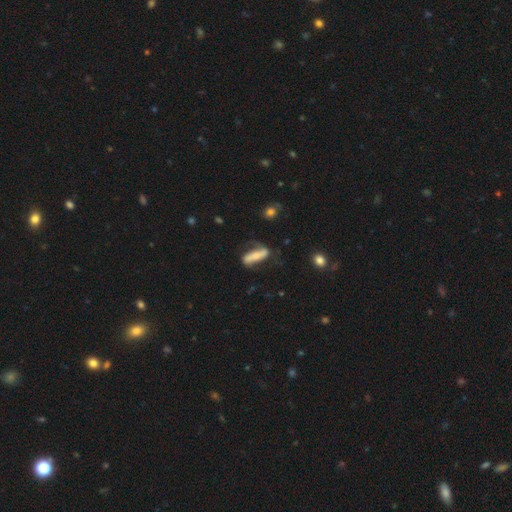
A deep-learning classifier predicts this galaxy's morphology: smooth-or-featured: smooth: 47% | featured or disk: 46% | star or artifact: 7%
  merging: none: 58% | minor disturbance: 24% | major disturbance: 14% | merger: 4%